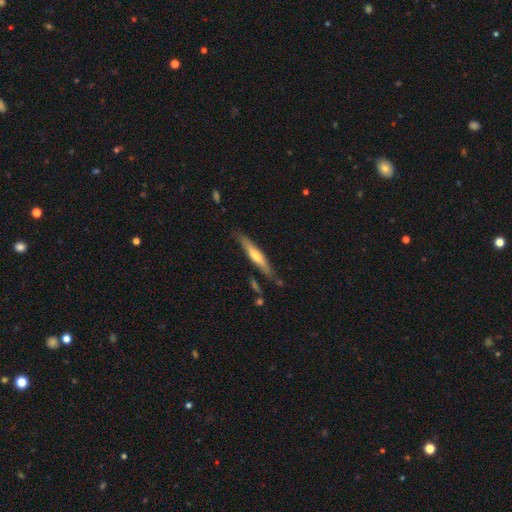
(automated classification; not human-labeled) Smooth or featured? featured or disk (55%)
Edge-on disk? yes (93%)
Edge-on bulge? rounded (74%)
Merging? none (80%)